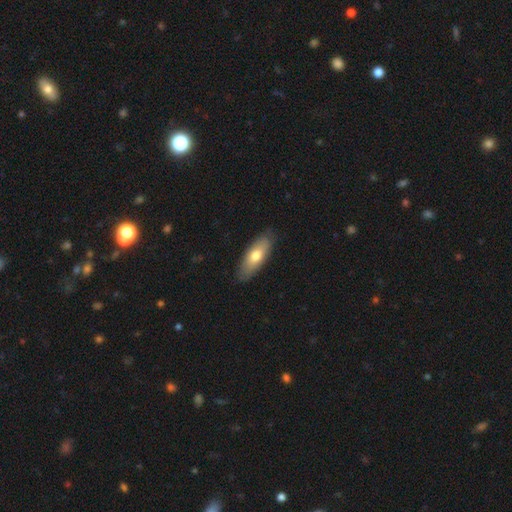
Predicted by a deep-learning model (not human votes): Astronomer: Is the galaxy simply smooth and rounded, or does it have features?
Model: smooth — 68%.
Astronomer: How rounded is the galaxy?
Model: in between — 72%.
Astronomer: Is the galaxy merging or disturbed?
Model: none — 86%.